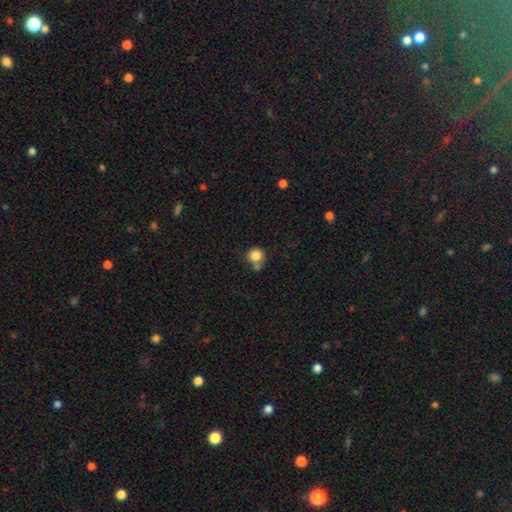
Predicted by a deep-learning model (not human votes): smooth-or-featured: smooth: 83% | star or artifact: 10% | featured or disk: 7%
  how-rounded: round: 91% | in between: 8% | cigar-shaped: 1%
  merging: none: 56% | merger: 25% | minor disturbance: 14% | major disturbance: 5%